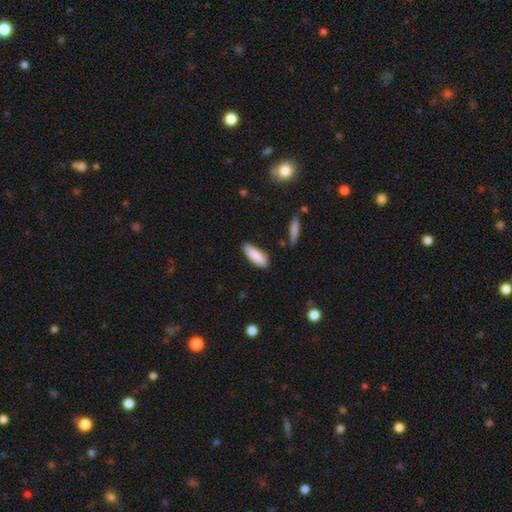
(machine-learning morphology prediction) smooth-or-featured: smooth: 86% | featured or disk: 8% | star or artifact: 6%
  how-rounded: cigar-shaped: 50% | in between: 49% | round: 1%
  merging: none: 84% | minor disturbance: 11% | merger: 2% | major disturbance: 2%